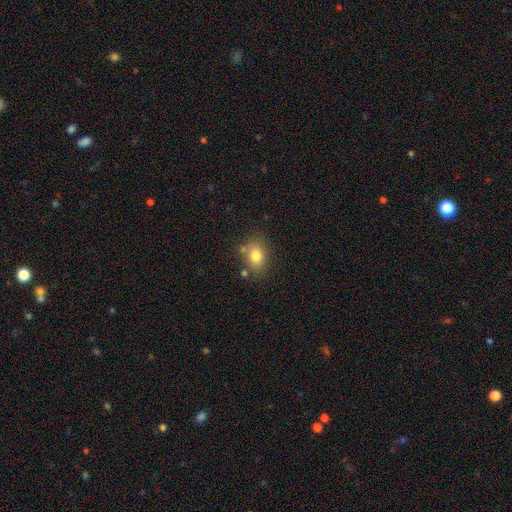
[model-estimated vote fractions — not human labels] The model was most divided on "how rounded": in between: 64%, round: 35%, cigar-shaped: 1%. More confident: smooth or featured — smooth (79%); merging — none (70%).